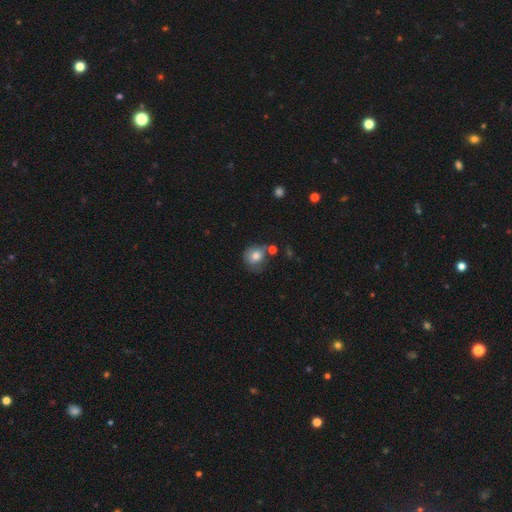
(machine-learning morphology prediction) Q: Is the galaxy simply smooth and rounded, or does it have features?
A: smooth — 77%.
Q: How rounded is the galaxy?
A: round — 76%.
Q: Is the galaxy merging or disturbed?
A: none — 52%.